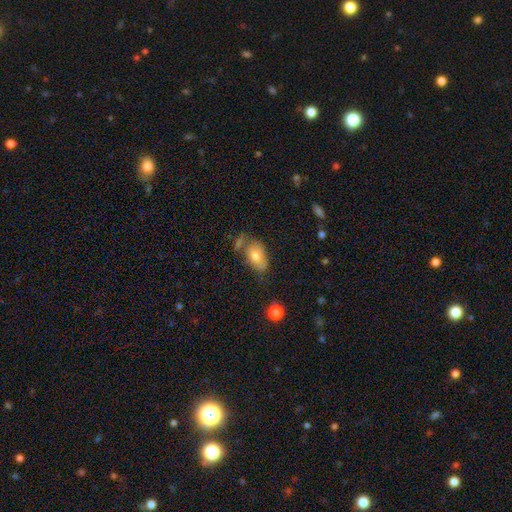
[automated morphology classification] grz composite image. It shows a smooth galaxy with no disk features (73%) that is in between round and cigar-shaped (89%). Merging: none (51%).